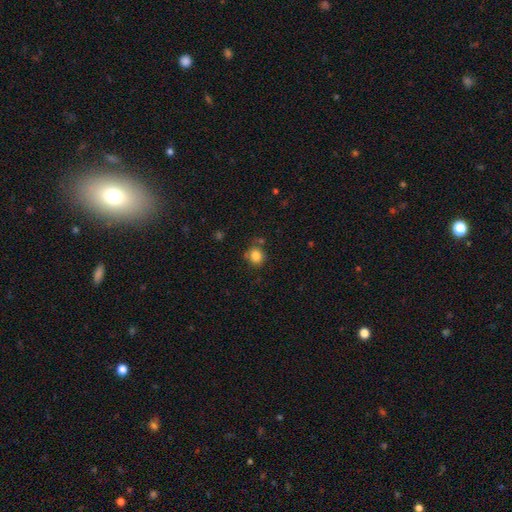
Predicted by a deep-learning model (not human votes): Morphology: type=smooth (84%); roundness=round (83%); merging=none (74%).